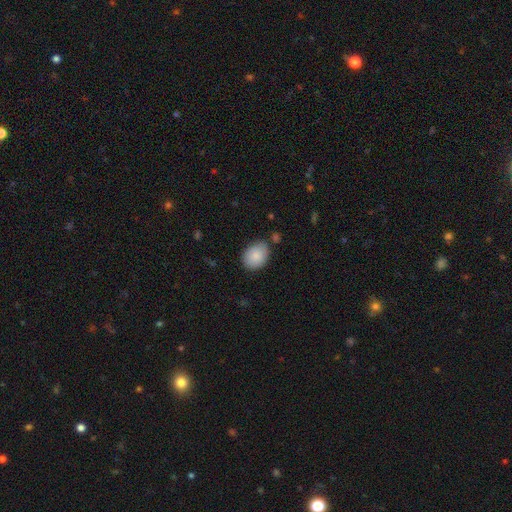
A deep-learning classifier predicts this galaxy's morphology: Smooth or featured: smooth — 86% (featured or disk — 7%)
How rounded: in between — 63% (round — 37%)
Merging: none — 75% (minor disturbance — 18%)